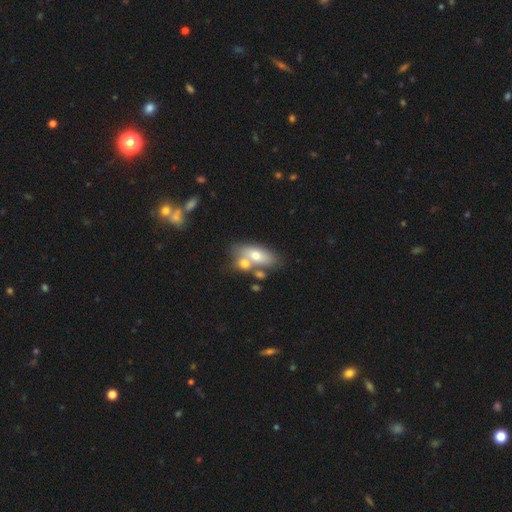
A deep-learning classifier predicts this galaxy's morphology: smooth-or-featured: smooth: 62% | featured or disk: 30% | star or artifact: 8%
  how-rounded: in between: 79% | cigar-shaped: 15% | round: 6%
  merging: none: 46% | merger: 36% | minor disturbance: 13% | major disturbance: 5%